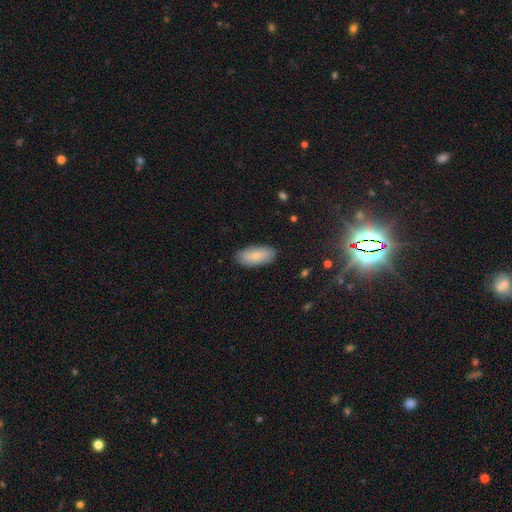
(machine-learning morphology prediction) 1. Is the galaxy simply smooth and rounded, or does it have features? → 78% smooth, 15% featured or disk, 7% star or artifact.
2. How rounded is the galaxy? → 91% in between, 7% cigar-shaped, 2% round.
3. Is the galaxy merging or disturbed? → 85% none, 11% minor disturbance, 2% major disturbance, 1% merger.